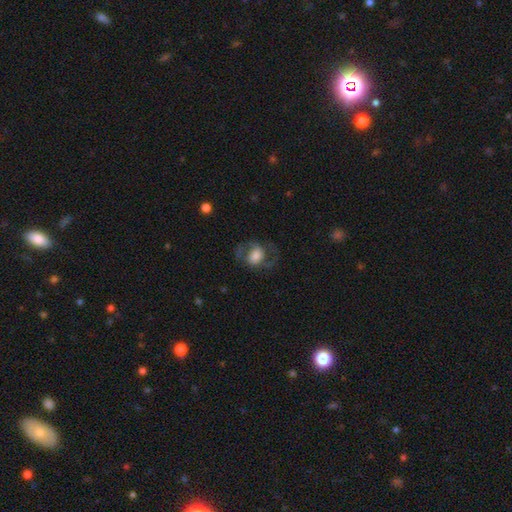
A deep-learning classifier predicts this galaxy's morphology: Smooth or featured?
  - featured or disk: 49% *
  - smooth: 43%
  - star or artifact: 8%
Merging?
  - none: 58% *
  - major disturbance: 22%
  - minor disturbance: 18%
  - merger: 2%